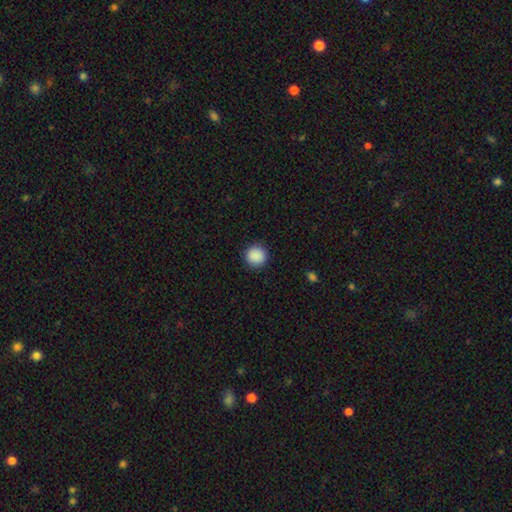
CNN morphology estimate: The model was most divided on "smooth or featured": smooth: 89%, star or artifact: 8%, featured or disk: 2%. More confident: how rounded — round (95%); merging — none (92%).